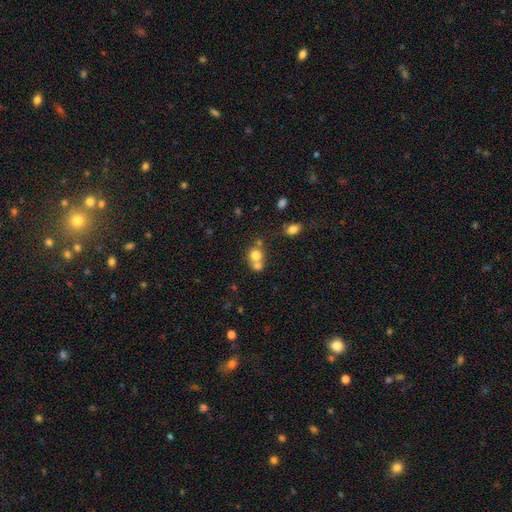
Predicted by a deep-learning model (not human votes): A smooth galaxy with no disk features (75%) that is round (79%). Merging: merger (56%).